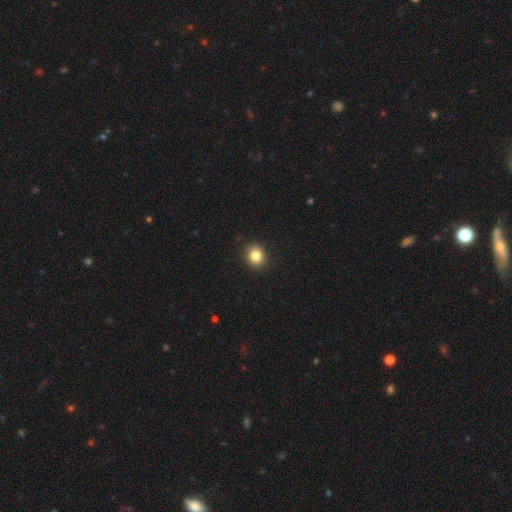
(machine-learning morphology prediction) smooth-or-featured: smooth: 84% | star or artifact: 10% | featured or disk: 6%
  how-rounded: round: 73% | in between: 26% | cigar-shaped: 1%
  merging: none: 91% | minor disturbance: 6% | major disturbance: 2% | merger: 1%